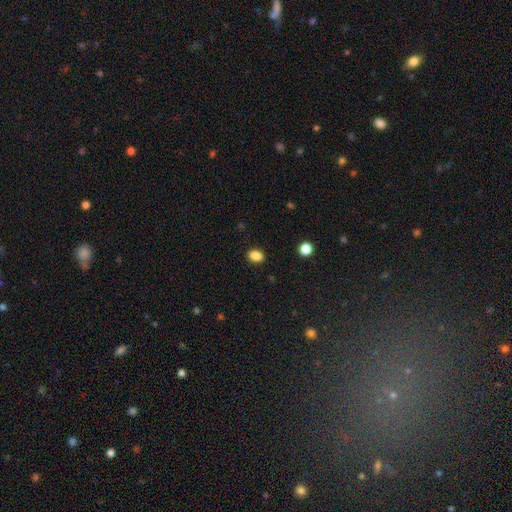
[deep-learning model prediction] Overall: smooth (86%). How rounded: in between (64%; round 35%). Merging: none (89%).